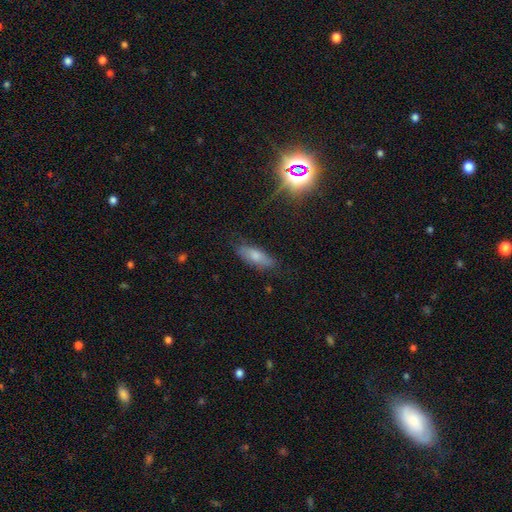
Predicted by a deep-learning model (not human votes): This is likely a smooth galaxy (70%). How rounded: likely in between (61%). Merging: likely none (74%).